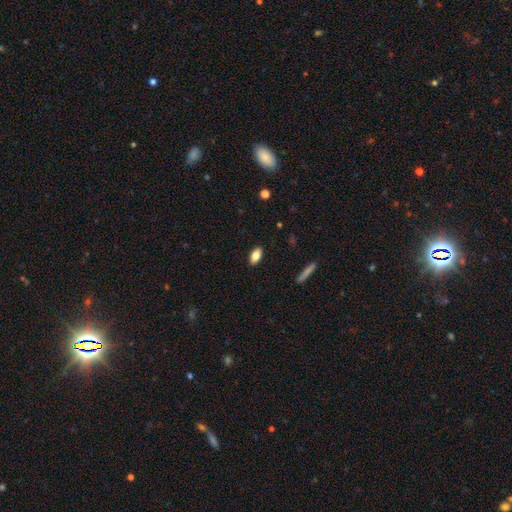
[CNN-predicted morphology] smooth-or-featured: smooth: 80% | featured or disk: 12% | star or artifact: 8%
  how-rounded: in between: 88% | cigar-shaped: 8% | round: 4%
  merging: none: 89% | minor disturbance: 8% | major disturbance: 2% | merger: 1%